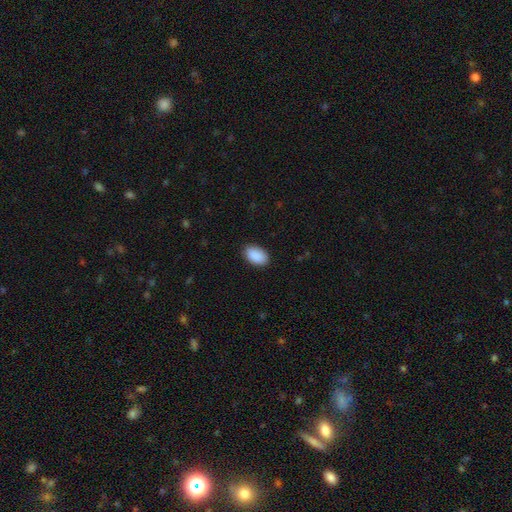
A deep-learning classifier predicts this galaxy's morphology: A smooth galaxy with no disk features (91%) that is in between round and cigar-shaped (94%). Merging: none (87%).